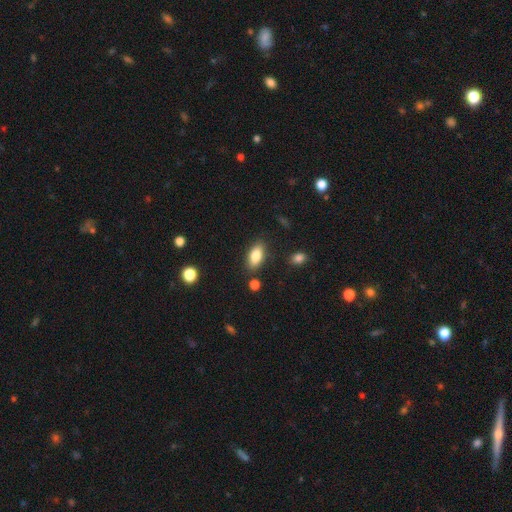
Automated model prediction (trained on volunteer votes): Overall: smooth (82%). How rounded: in between (88%). Merging: none (84%).